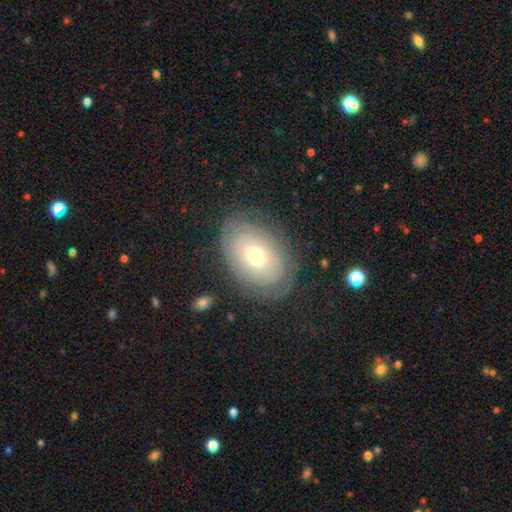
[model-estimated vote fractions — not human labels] Smooth or featured: featured or disk — 56% (smooth — 35%)
Edge-on disk: no — 94% (yes — 6%)
Bar: no — 82% (weak — 14%)
Spiral arms: yes — 64% (no — 36%)
Bulge size: moderate — 67% (small — 25%)
Merging: none — 76% (minor disturbance — 16%)